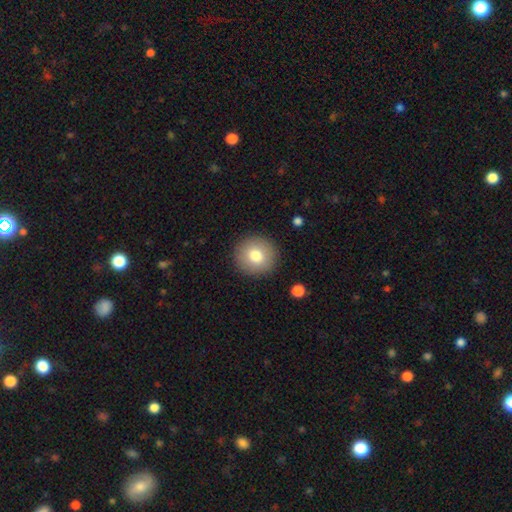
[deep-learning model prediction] A smooth galaxy with no disk features (78%) that is round (93%). Merging: none (91%).